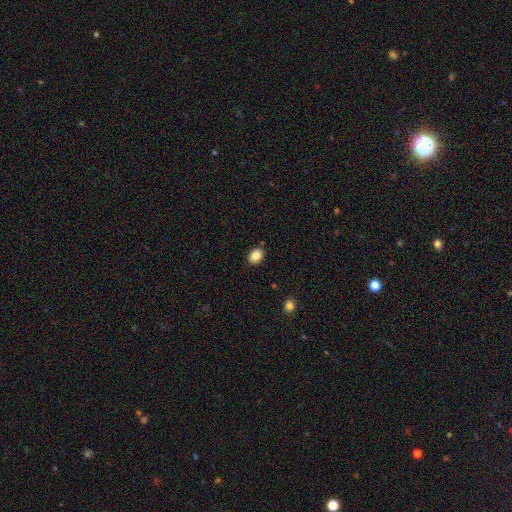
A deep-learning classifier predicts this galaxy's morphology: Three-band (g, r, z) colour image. It shows a smooth galaxy with no disk features (88%) that is in between round and cigar-shaped (56%). Merging: none (86%).